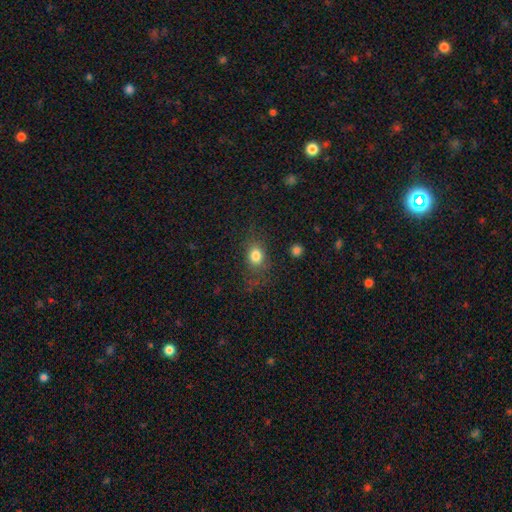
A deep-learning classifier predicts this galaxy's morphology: Smooth or featured? Predicted: smooth (p=0.80). How rounded? Predicted: round (p=0.49, tied with in between). Merging? Predicted: none (p=0.70).